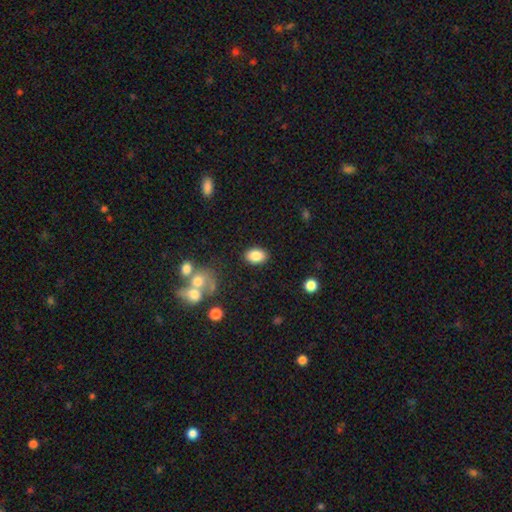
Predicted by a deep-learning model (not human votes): The model was most divided on "how rounded": in between: 83%, round: 16%, cigar-shaped: 1%. More confident: merging — none (86%); smooth or featured — smooth (85%).